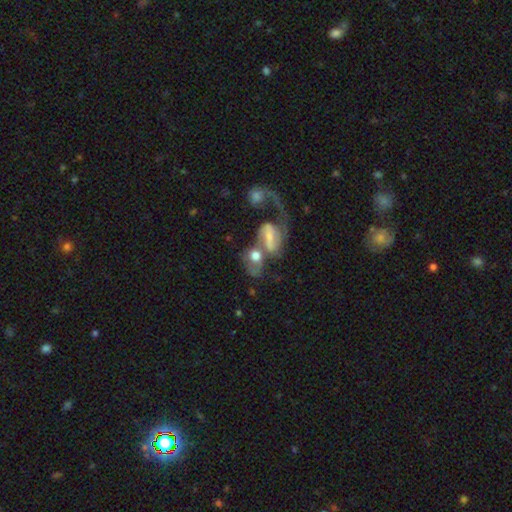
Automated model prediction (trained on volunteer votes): Smooth or featured? featured or disk (50%)
Edge-on disk? no (95%)
Merging? merger (63%)